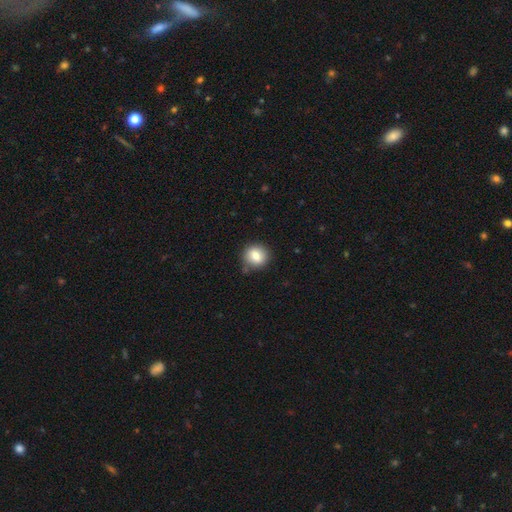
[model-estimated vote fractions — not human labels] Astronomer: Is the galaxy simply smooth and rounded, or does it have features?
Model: smooth — 83%.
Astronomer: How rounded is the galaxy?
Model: round — 86%.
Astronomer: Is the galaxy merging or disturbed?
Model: none — 79%.